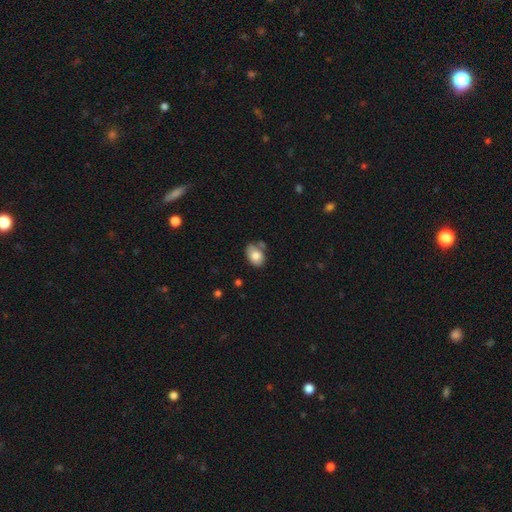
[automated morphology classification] type=smooth (76%); roundness=in between (79%); merging=none (57%).